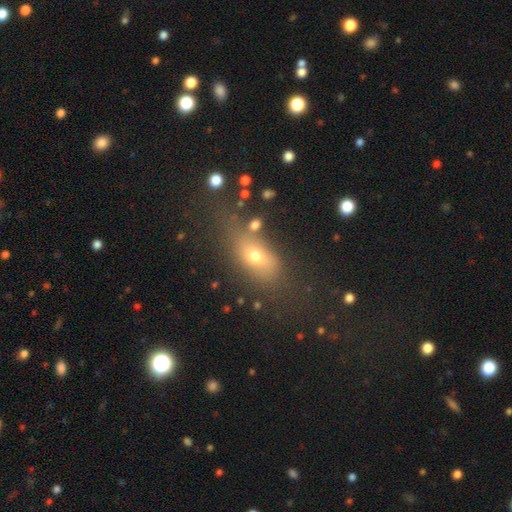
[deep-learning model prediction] smooth-or-featured: smooth: 63% | featured or disk: 21% | star or artifact: 17%
  how-rounded: in between: 72% | round: 16% | cigar-shaped: 11%
  merging: none: 57% | minor disturbance: 20% | major disturbance: 16% | merger: 7%